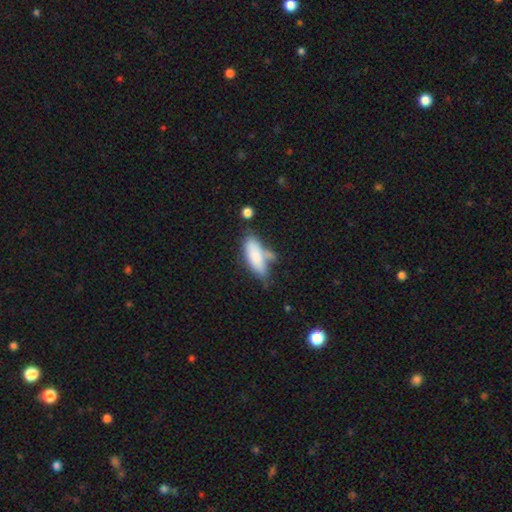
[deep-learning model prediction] Smooth or featured? smooth (77%)
How rounded? in between (68%)
Merging? none (44%)